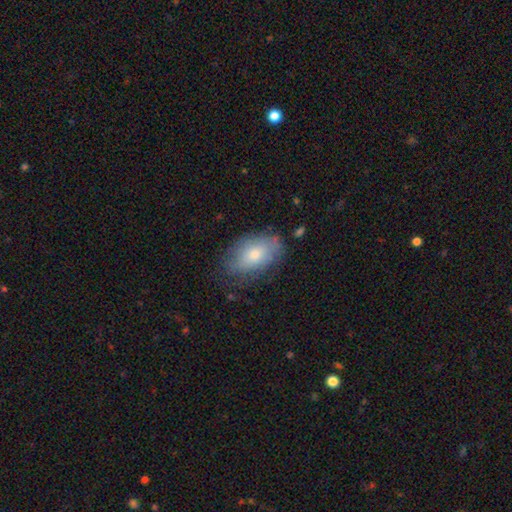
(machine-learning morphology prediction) smooth_or_featured: smooth (p=0.66) [alt: featured or disk p=0.26]
how_rounded: in between (p=0.91) [alt: round p=0.07]
merging: none (p=0.68) [alt: minor disturbance p=0.24]